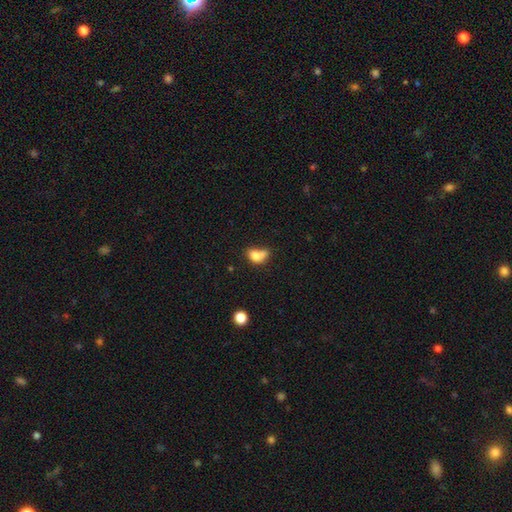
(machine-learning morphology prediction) A smooth galaxy with no disk features (75%) that is in between round and cigar-shaped (69%). Merging: merger (36%).